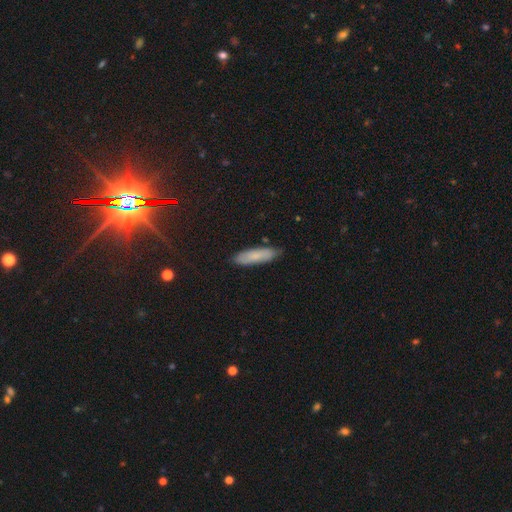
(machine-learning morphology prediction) The model was most divided on "how rounded": cigar-shaped: 60%, in between: 38%, round: 2%. More confident: merging — none (83%); smooth or featured — smooth (76%).